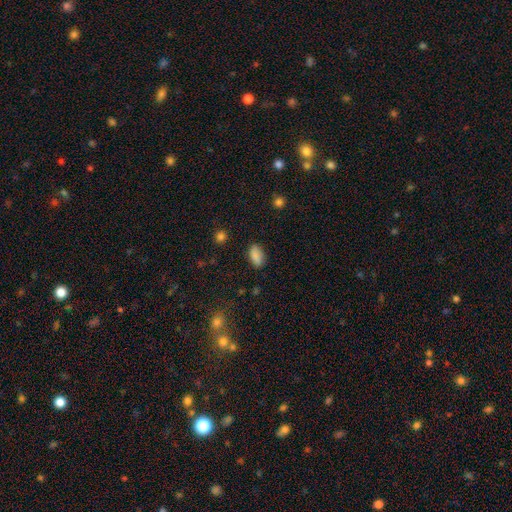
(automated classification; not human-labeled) A smooth galaxy with no disk features (87%) that is in between round and cigar-shaped (90%).

Vote fractions:
- Smooth or featured? smooth: 87% / star or artifact: 9% / featured or disk: 5%
- How rounded? in between: 90% / cigar-shaped: 5% / round: 5%
- Merging? none: 83% / minor disturbance: 12% / major disturbance: 3% / merger: 2%